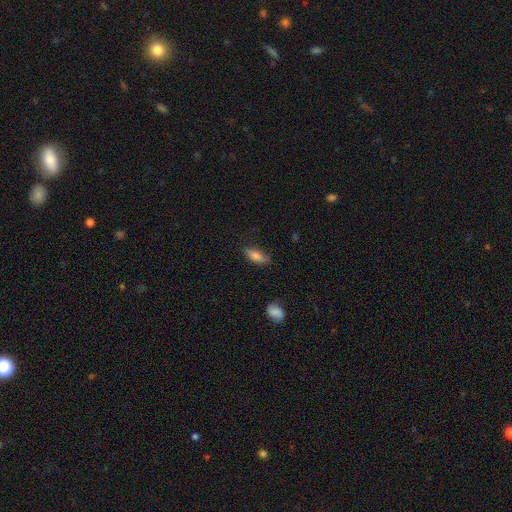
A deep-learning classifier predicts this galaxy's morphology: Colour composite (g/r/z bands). It shows a smooth galaxy with no disk features (79%) that is in between round and cigar-shaped (75%). Merging: none (72%).